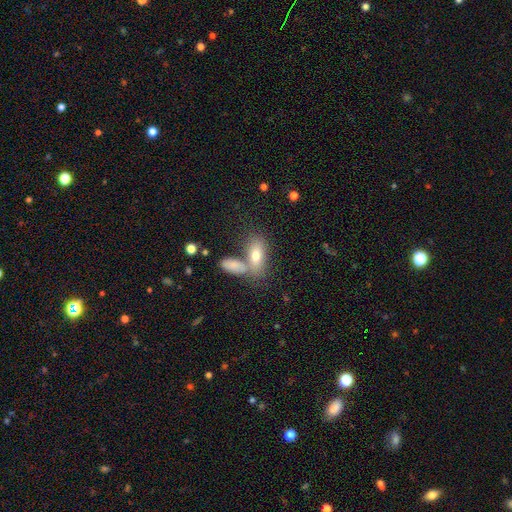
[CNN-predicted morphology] Smooth or featured? smooth (74%)
How rounded? in between (83%)
Merging? none (46%)